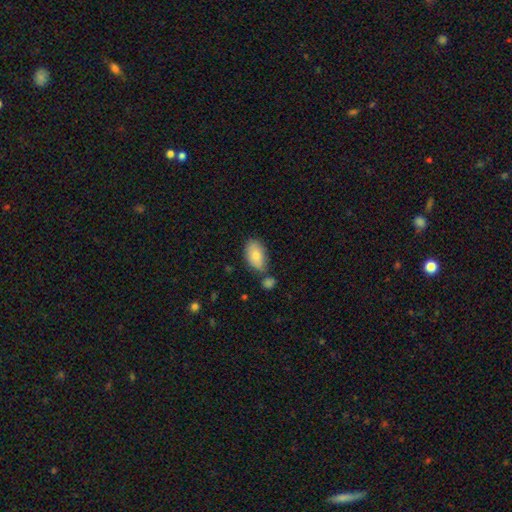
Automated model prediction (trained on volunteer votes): This is clearly a smooth galaxy (81%). How rounded: clearly in between (93%). Merging: likely none (67%).